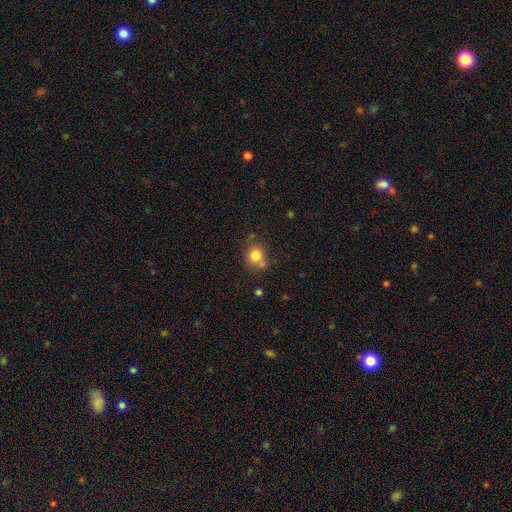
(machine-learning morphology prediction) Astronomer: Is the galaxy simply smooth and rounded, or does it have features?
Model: smooth — 81%.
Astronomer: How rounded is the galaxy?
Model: round — 74%.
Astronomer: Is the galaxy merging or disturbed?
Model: none — 61%.